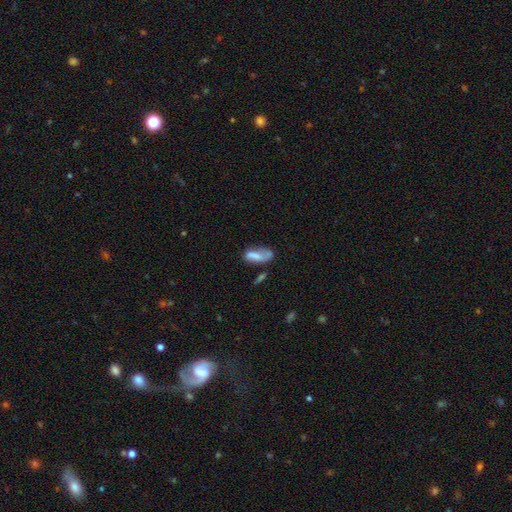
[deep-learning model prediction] smooth 64%, featured or disk 27%, star or artifact 9%. Down the decision tree: how rounded — in between (79%); merging — none (37%).